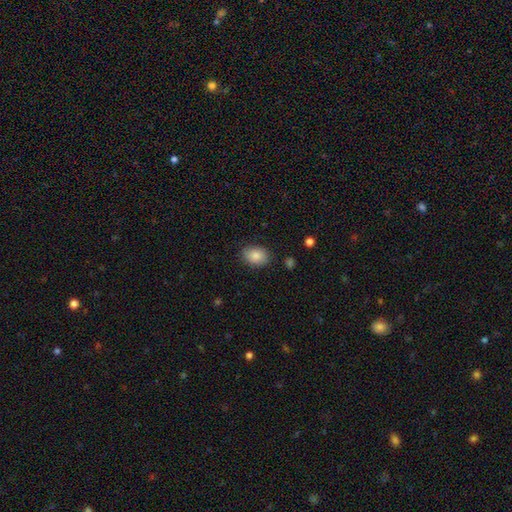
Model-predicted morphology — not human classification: smooth-or-featured: smooth: 86% | star or artifact: 8% | featured or disk: 6%
  how-rounded: in between: 74% | round: 25% | cigar-shaped: 1%
  merging: none: 84% | minor disturbance: 12% | major disturbance: 3% | merger: 1%